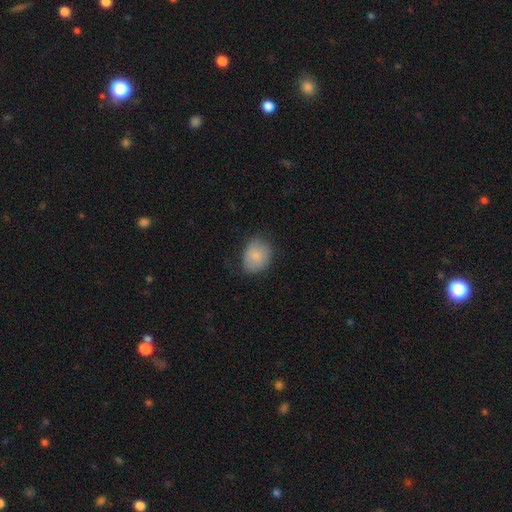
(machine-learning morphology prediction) This appears to be a smooth galaxy with no disk features (84%) that is in between round and cigar-shaped (54%). Merging: none (71%).